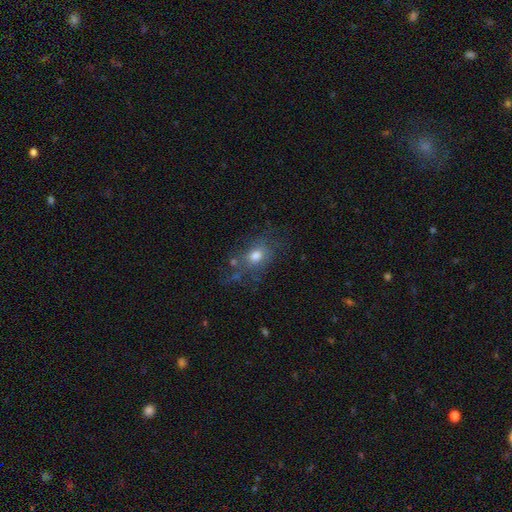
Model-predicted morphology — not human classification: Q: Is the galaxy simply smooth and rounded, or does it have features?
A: smooth — 66%.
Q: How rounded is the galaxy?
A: in between — 58%.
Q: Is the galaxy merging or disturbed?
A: none — 56%.